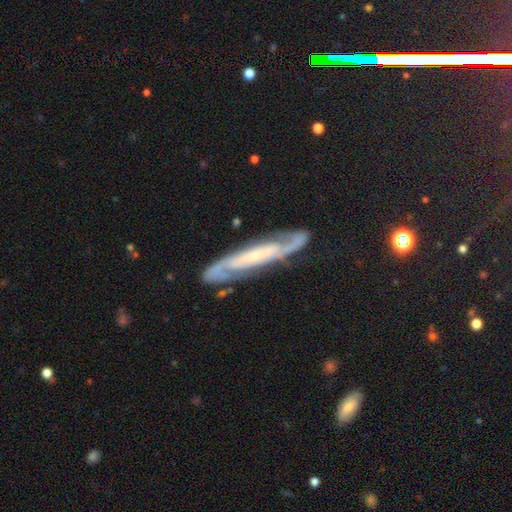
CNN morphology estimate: This appears to be a featured or disk galaxy (85%) with no bar (38%), 2 (85%) tight (47%) spiral arms (97%) and a small central bulge (67%). Merging: none (80%).